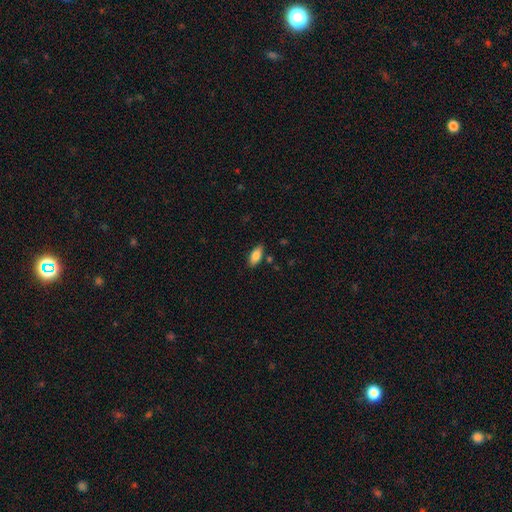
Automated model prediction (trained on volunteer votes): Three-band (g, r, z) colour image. It shows a smooth galaxy with no disk features (84%) that is in between round and cigar-shaped (88%). Merging: none (83%).